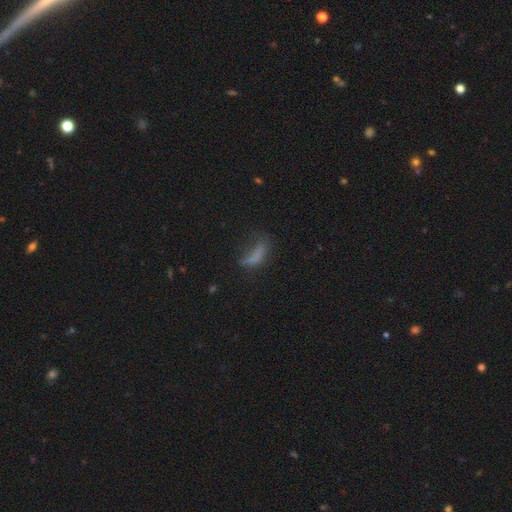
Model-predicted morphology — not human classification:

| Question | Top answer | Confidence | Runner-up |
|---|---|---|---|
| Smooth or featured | smooth | 61% | featured or disk (23%) |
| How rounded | in between | 62% | cigar-shaped (33%) |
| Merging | major disturbance | 38% | none (33%) |